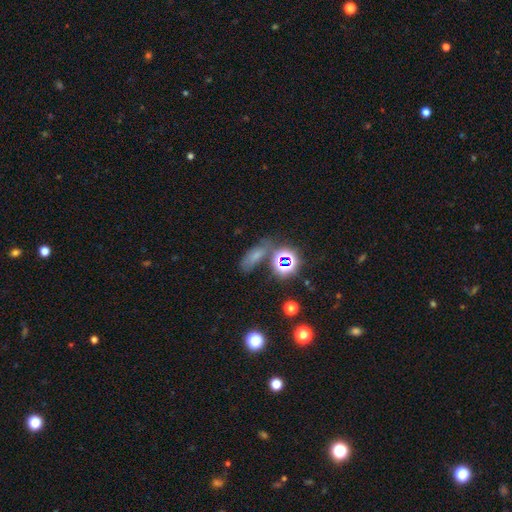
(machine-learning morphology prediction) smooth-or-featured: smooth: 54% | star or artifact: 32% | featured or disk: 14%
  how-rounded: in between: 67% | cigar-shaped: 21% | round: 12%
  merging: none: 56% | minor disturbance: 20% | merger: 13% | major disturbance: 10%